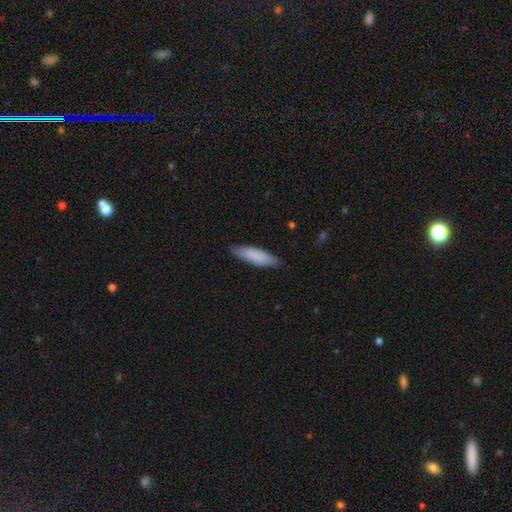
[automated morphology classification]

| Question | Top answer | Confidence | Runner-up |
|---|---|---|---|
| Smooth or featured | smooth | 84% | featured or disk (11%) |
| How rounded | cigar-shaped | 60% | in between (39%) |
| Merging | none | 84% | minor disturbance (13%) |